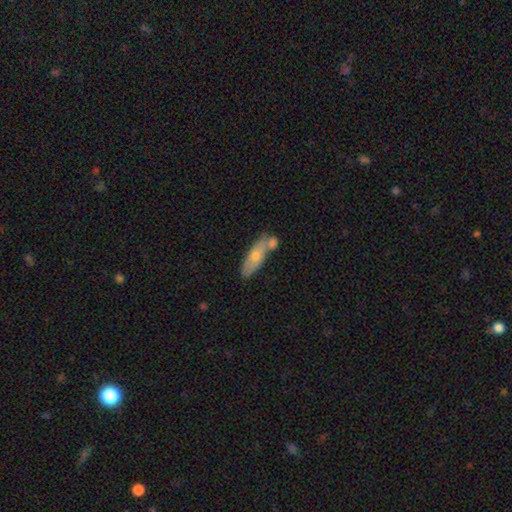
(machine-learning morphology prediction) Smooth or featured? smooth (61%)
How rounded? in between (54%)
Merging? none (51%)